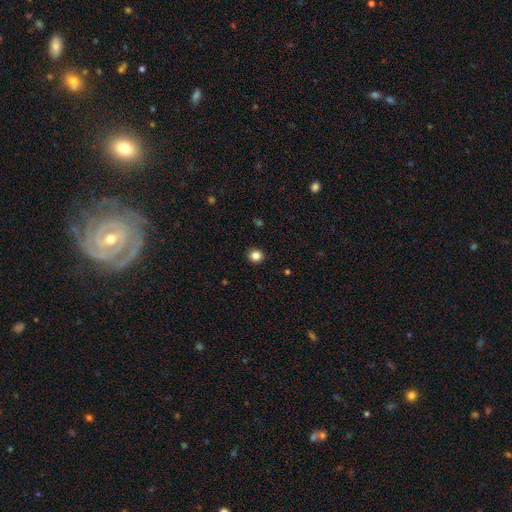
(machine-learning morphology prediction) Q: Smooth or featured?
A: smooth (84%); runner-up: star or artifact (12%)
Q: How rounded?
A: round (83%); runner-up: in between (16%)
Q: Merging?
A: none (91%); runner-up: minor disturbance (6%)